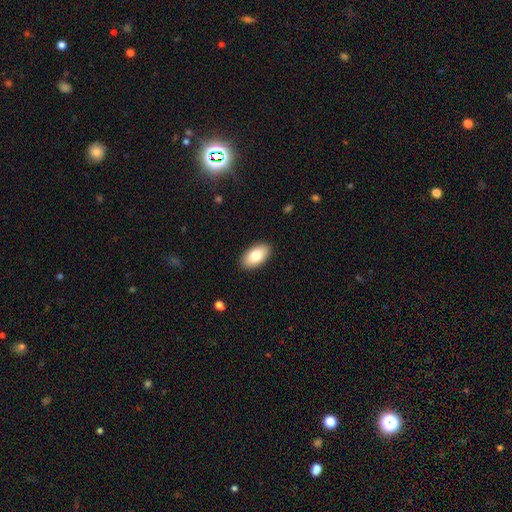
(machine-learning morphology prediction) The model was most divided on "smooth or featured": smooth: 80%, featured or disk: 13%, star or artifact: 7%. More confident: how rounded — in between (95%); merging — none (90%).